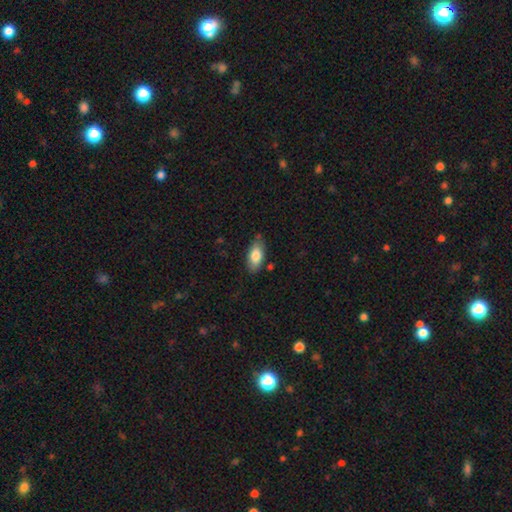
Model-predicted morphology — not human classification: A smooth galaxy with no disk features (79%) that is in between round and cigar-shaped (89%).

Vote fractions:
- Smooth or featured? smooth: 79% / featured or disk: 14% / star or artifact: 6%
- How rounded? in between: 89% / cigar-shaped: 8% / round: 3%
- Merging? none: 80% / minor disturbance: 15% / major disturbance: 3% / merger: 2%